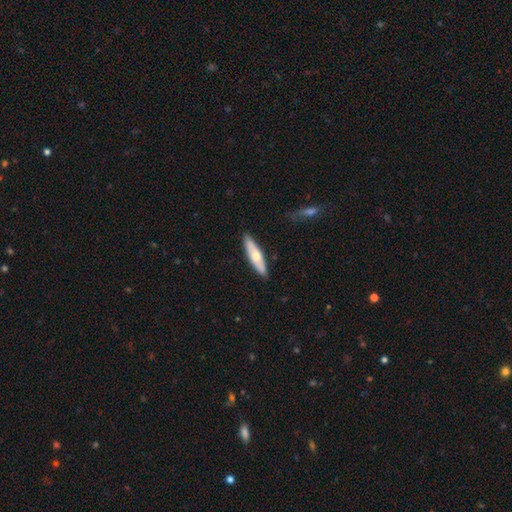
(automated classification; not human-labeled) Morphology: type=smooth (52%); roundness=cigar-shaped (72%); merging=none (87%).